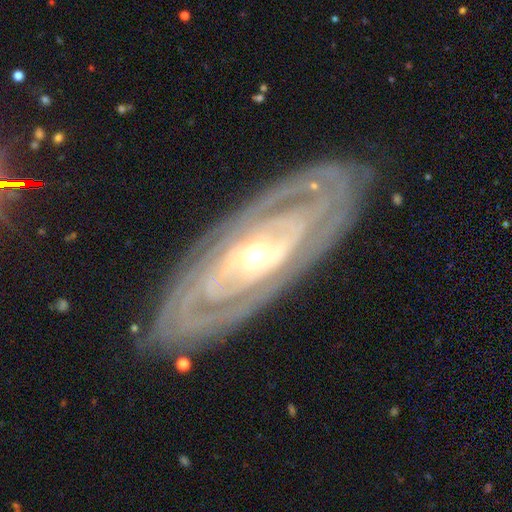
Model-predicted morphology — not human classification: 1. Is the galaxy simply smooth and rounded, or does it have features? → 88% featured or disk, 7% smooth, 4% star or artifact.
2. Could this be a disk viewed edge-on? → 87% no, 13% yes.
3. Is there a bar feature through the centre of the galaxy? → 64% no, 21% weak, 15% strong.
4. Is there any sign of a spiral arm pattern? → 90% yes, 10% no.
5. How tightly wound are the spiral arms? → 77% tight, 17% medium, 5% loose.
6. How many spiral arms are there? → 35% can't tell, 29% 2, 15% 3, 8% 4, 7% more than 4, 7% 1.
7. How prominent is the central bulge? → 55% moderate, 39% small, 4% large, 1% dominant, 1% none.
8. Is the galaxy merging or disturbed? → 80% none, 13% minor disturbance, 5% major disturbance, 2% merger.